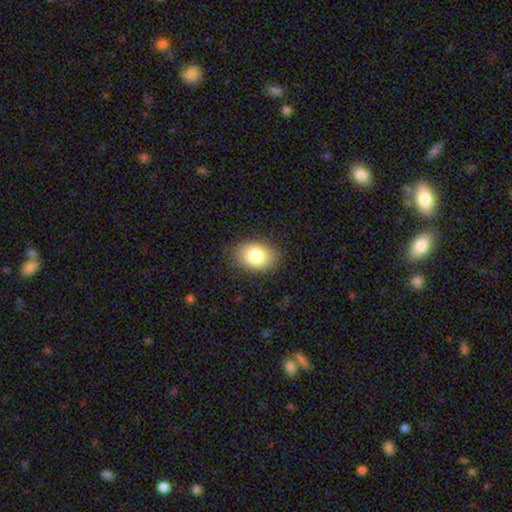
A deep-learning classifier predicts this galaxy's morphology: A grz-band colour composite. It shows a smooth galaxy with no disk features (83%) that is in between round and cigar-shaped (72%). Merging: none (86%).